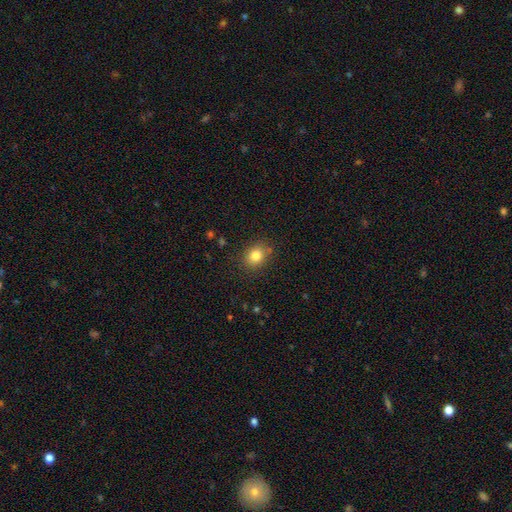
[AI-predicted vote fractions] Overall: smooth (81%). How rounded: round (59%; in between 41%). Merging: none (84%).